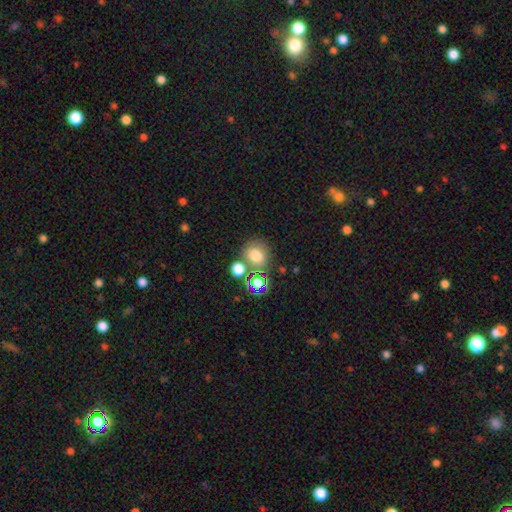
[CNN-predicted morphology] This is likely a smooth galaxy (71%). How rounded: likely round (72%). Merging: likely none (62%).